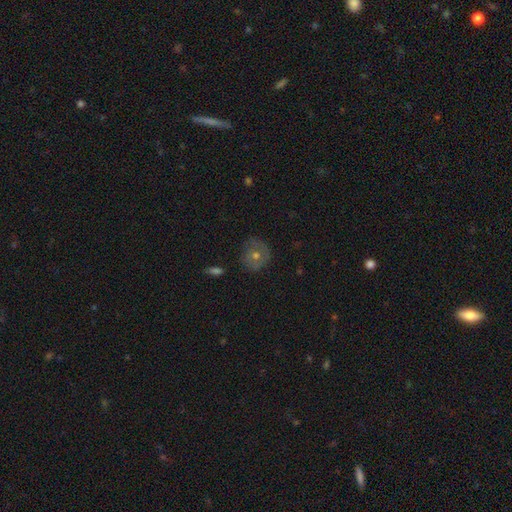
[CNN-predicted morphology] Overall: smooth (44%, tied with featured or disk). Merging: none (77%).